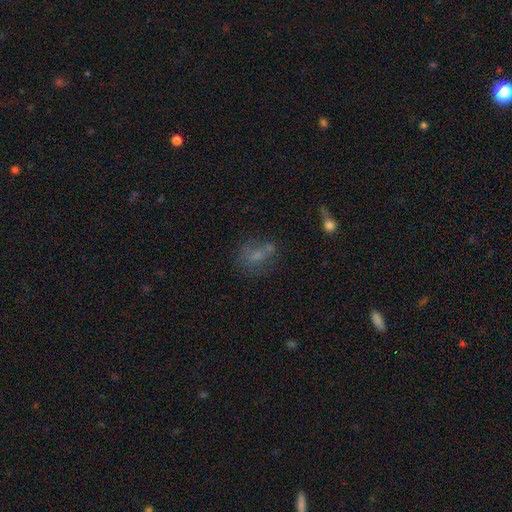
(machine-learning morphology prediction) Q: Smooth or featured?
A: smooth (53%); runner-up: featured or disk (27%)
Q: How rounded?
A: in between (58%); runner-up: round (40%)
Q: Merging?
A: none (43%); runner-up: merger (20%)